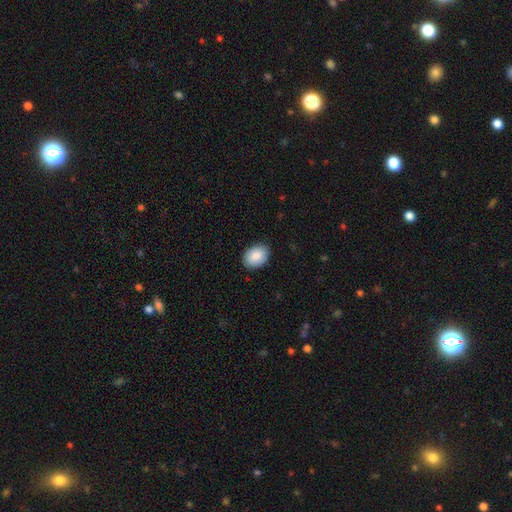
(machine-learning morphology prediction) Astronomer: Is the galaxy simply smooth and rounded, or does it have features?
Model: smooth — 87%.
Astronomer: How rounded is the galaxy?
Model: in between — 75%.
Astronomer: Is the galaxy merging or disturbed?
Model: none — 87%.